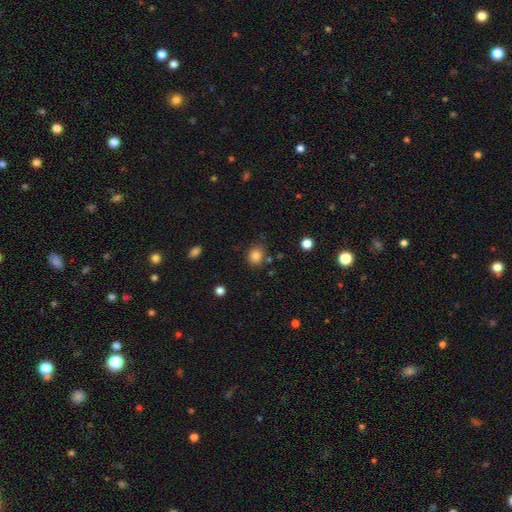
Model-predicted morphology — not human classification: Smooth or featured: smooth — 84% (star or artifact — 11%)
How rounded: round — 70% (in between — 29%)
Merging: none — 75% (minor disturbance — 15%)